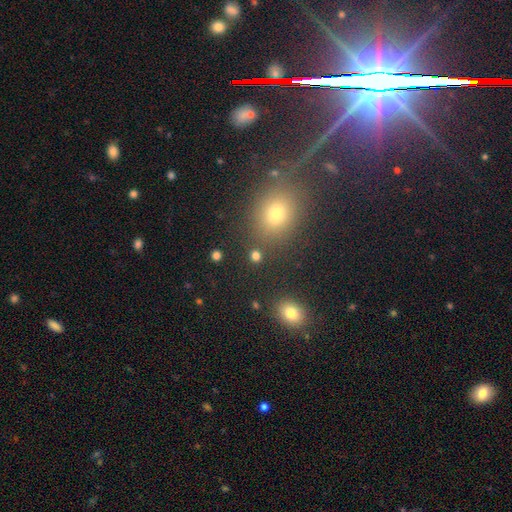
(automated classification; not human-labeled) Smooth or featured? smooth (67%)
How rounded? round (62%)
Merging? none (80%)